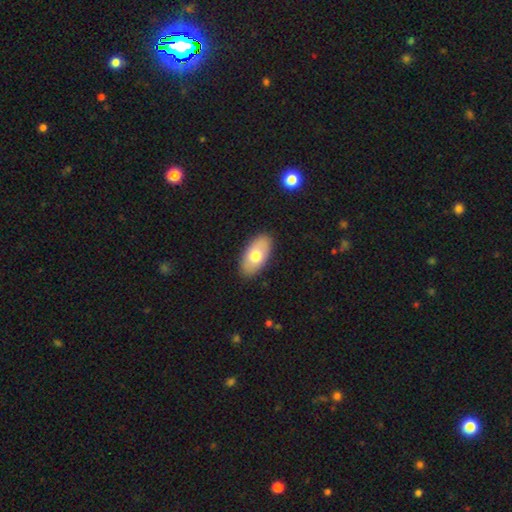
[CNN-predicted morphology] This appears to be a smooth galaxy with no disk features (69%) that is in between round and cigar-shaped (94%). Merging: none (88%).